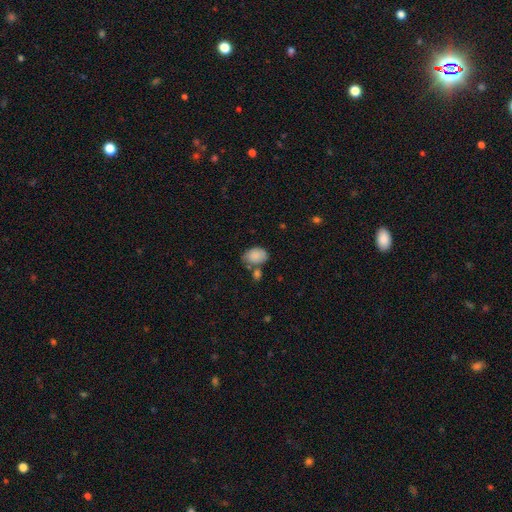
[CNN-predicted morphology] This appears to be a smooth galaxy with no disk features (86%) that is in between round and cigar-shaped (82%). Merging: none (54%).